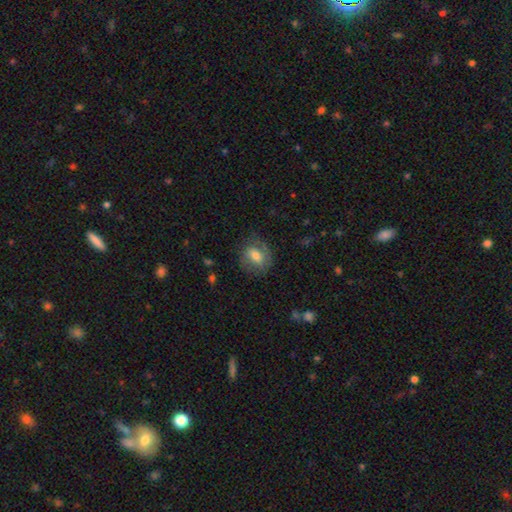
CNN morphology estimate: Smooth or featured? Predicted: smooth (p=0.59). How rounded? Predicted: in between (p=0.54). Merging? Predicted: none (p=0.66).